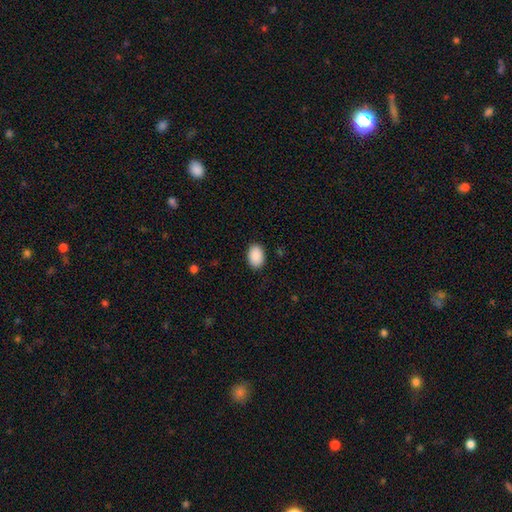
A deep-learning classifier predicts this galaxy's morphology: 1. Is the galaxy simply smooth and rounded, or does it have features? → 91% smooth, 7% star or artifact, 3% featured or disk.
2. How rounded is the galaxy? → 86% in between, 13% round, 1% cigar-shaped.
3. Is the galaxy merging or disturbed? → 89% none, 8% minor disturbance, 2% major disturbance, 1% merger.